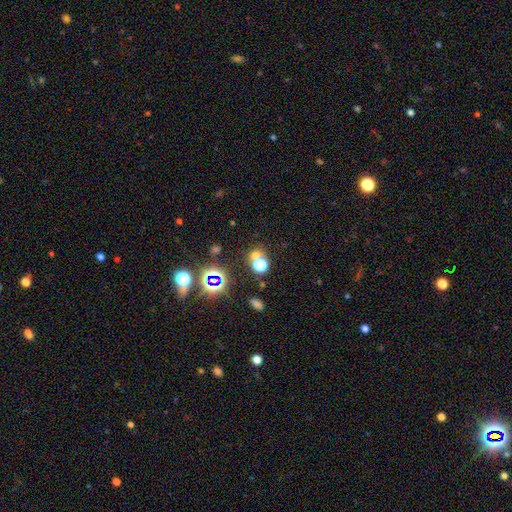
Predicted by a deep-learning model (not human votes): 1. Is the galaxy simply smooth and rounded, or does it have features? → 46% smooth, 45% star or artifact, 9% featured or disk.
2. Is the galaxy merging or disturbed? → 60% none, 27% merger, 8% minor disturbance, 5% major disturbance.